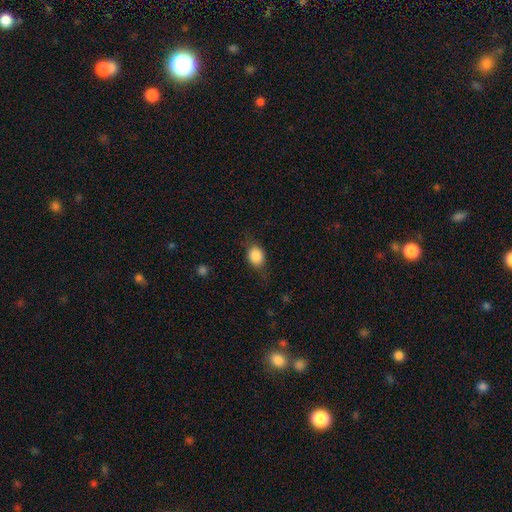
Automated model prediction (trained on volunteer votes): A smooth galaxy with no disk features (81%) that is round (51%). Merging: none (68%).